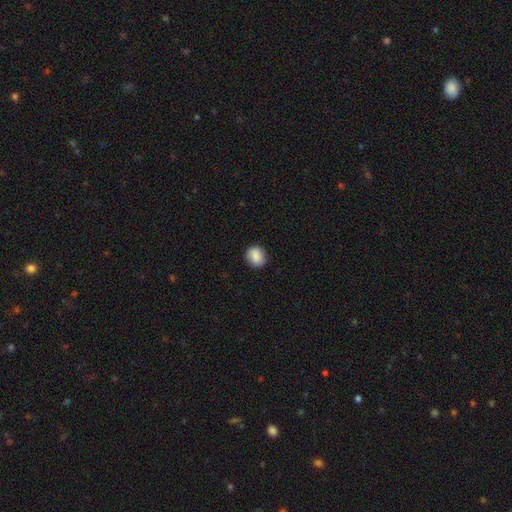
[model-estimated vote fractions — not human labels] Overall: smooth (86%). How rounded: round (74%). Merging: none (85%).